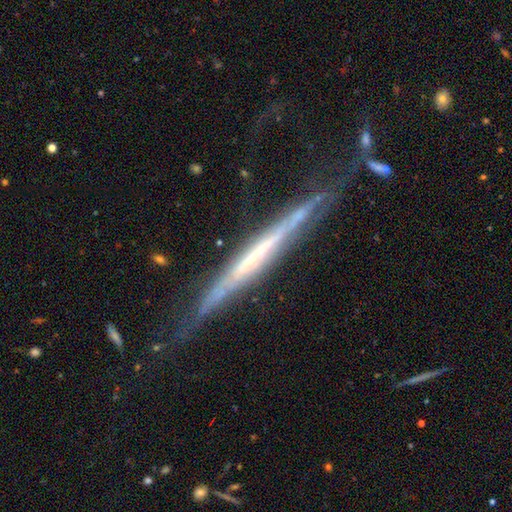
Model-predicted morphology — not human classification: A featured or disk galaxy (75%) viewed edge-on (94%) with no central bulge (75%).

Vote fractions:
- Smooth or featured? featured or disk: 75% / smooth: 18% / star or artifact: 7%
- Edge-on disk? yes: 94% / no: 6%
- Edge-on bulge? none: 75% / rounded: 14% / boxy: 11%
- Merging? none: 67% / minor disturbance: 22% / major disturbance: 8% / merger: 3%